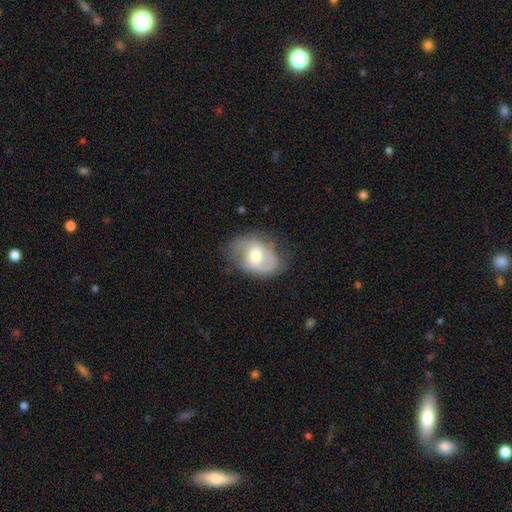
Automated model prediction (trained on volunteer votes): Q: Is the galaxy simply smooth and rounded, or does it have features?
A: featured or disk — 69%.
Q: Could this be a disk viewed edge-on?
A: no — 96%.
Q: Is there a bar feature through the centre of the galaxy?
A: weak — 45%.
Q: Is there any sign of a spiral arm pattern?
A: yes — 85%.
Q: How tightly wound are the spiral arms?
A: medium — 45%.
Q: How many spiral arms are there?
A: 2 — 80%.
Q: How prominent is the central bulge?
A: moderate — 66%.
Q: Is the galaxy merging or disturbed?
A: none — 65%.